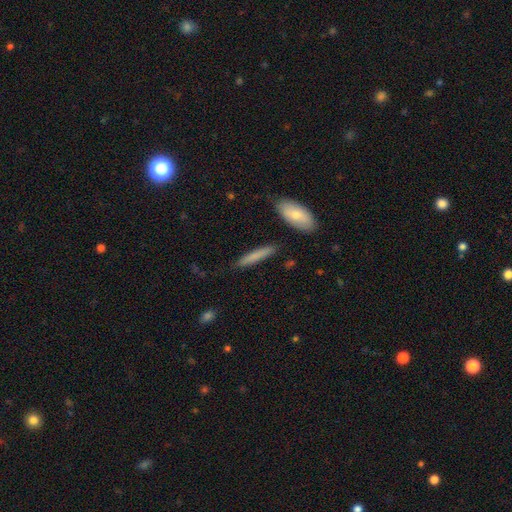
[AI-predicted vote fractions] smooth 75%, featured or disk 19%, star or artifact 6%. Down the decision tree: how rounded — cigar-shaped (90%); merging — none (86%).